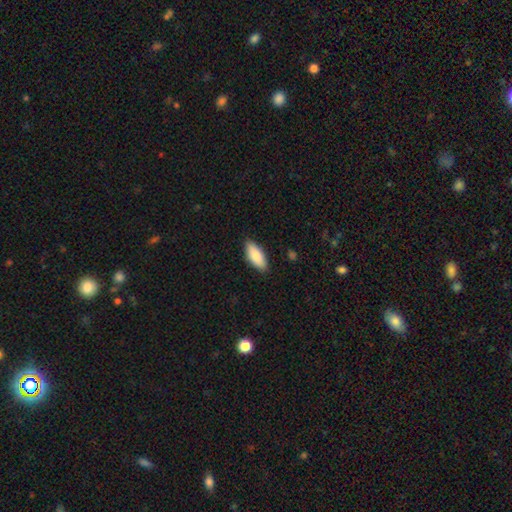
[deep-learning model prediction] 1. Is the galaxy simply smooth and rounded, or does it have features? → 81% smooth, 13% featured or disk, 6% star or artifact.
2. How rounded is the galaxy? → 85% in between, 13% cigar-shaped, 2% round.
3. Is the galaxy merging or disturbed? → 87% none, 10% minor disturbance, 2% major disturbance, 1% merger.